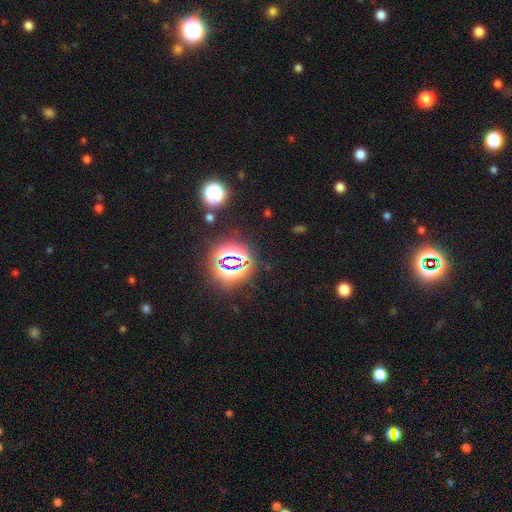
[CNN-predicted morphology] Smooth or featured: star or artifact — 80% (smooth — 13%)